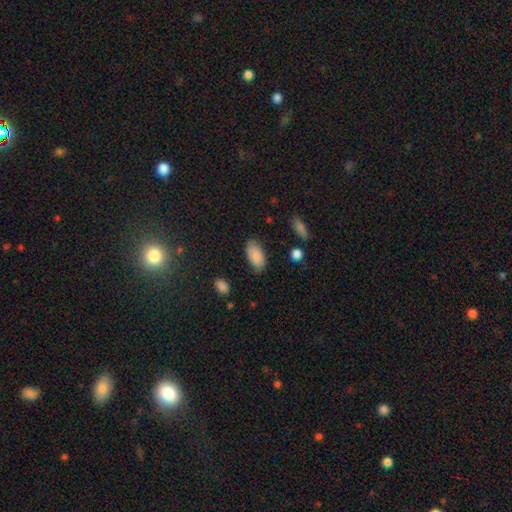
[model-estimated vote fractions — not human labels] smooth_or_featured: smooth (p=0.87) [alt: star or artifact p=0.07]
how_rounded: in between (p=0.94) [alt: cigar-shaped p=0.04]
merging: none (p=0.79) [alt: minor disturbance p=0.15]